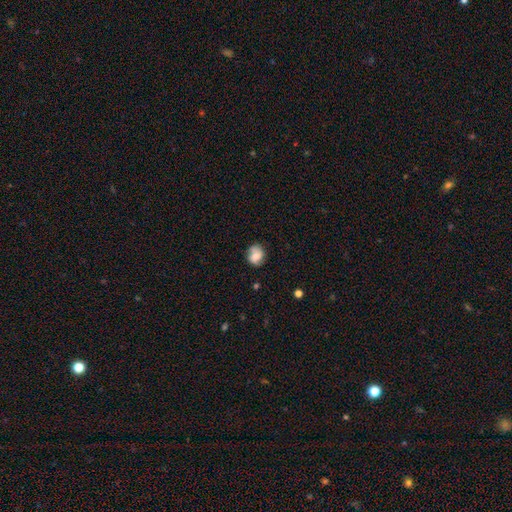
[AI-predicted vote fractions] Smooth or featured: smooth — 63% (featured or disk — 28%)
How rounded: round — 60% (in between — 39%)
Merging: none — 62% (minor disturbance — 25%)